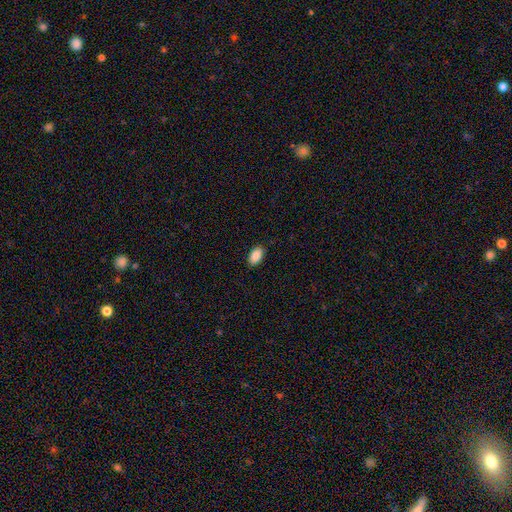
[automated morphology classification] Smooth or featured?
  - smooth: 90% *
  - star or artifact: 7%
  - featured or disk: 3%
How rounded?
  - in between: 94% *
  - round: 3%
  - cigar-shaped: 2%
Merging?
  - none: 89% *
  - minor disturbance: 8%
  - major disturbance: 2%
  - merger: 1%